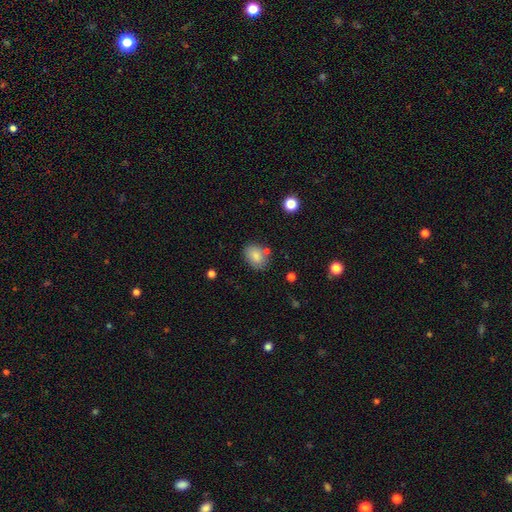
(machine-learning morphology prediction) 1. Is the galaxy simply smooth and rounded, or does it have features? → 83% smooth, 9% star or artifact, 8% featured or disk.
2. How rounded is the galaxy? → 65% in between, 34% round, 1% cigar-shaped.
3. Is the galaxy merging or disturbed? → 75% none, 14% minor disturbance, 8% merger, 3% major disturbance.